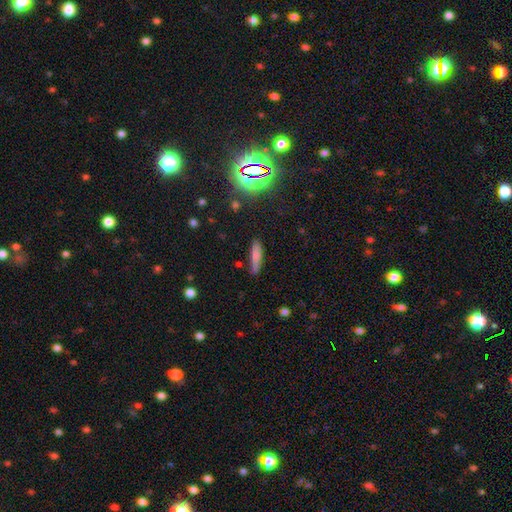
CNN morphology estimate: smooth-or-featured: smooth: 76% | featured or disk: 14% | star or artifact: 10%
  how-rounded: cigar-shaped: 76% | in between: 22% | round: 2%
  merging: none: 79% | minor disturbance: 15% | major disturbance: 3% | merger: 3%